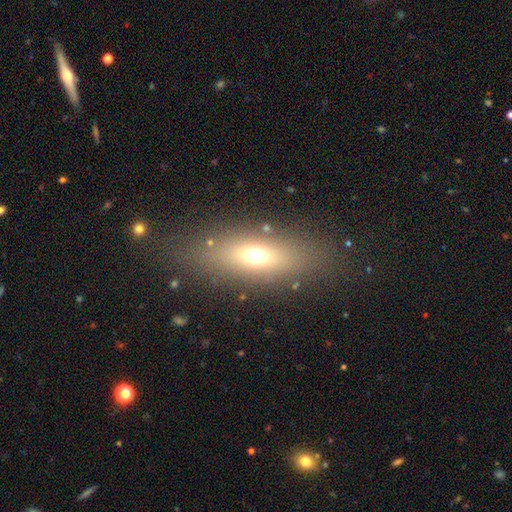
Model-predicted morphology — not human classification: smooth-or-featured: smooth: 62% | featured or disk: 23% | star or artifact: 15%
  how-rounded: in between: 64% | cigar-shaped: 26% | round: 10%
  merging: none: 77% | minor disturbance: 12% | major disturbance: 8% | merger: 3%